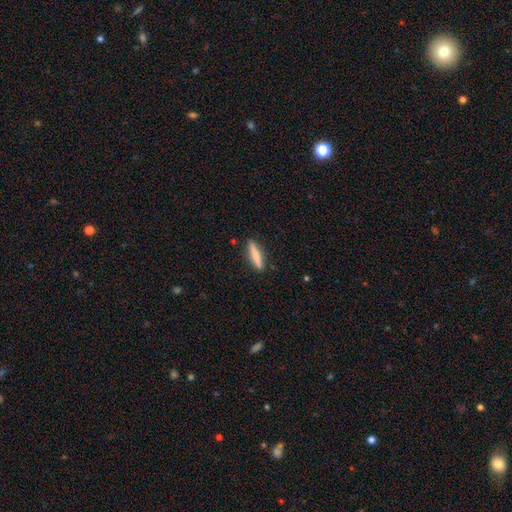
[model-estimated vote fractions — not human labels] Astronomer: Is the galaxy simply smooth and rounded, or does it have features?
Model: smooth — 77%.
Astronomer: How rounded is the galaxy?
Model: cigar-shaped — 85%.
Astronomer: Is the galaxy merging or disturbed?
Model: none — 89%.